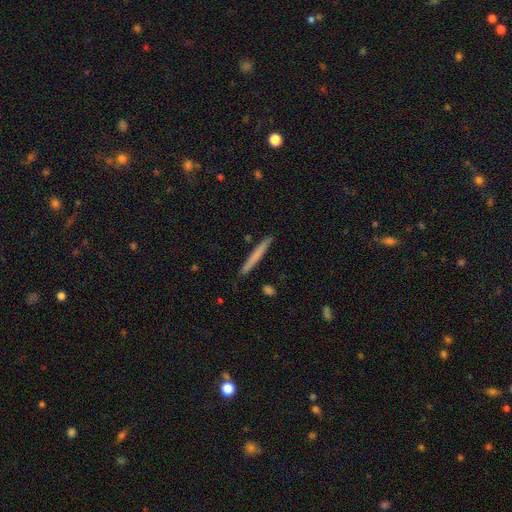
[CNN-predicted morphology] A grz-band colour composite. It shows a smooth galaxy with no disk features (66%) that is cigar-shaped (97%). Merging: none (90%).